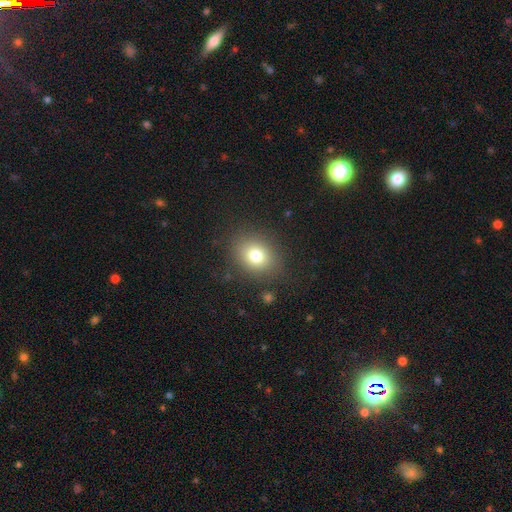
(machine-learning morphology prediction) A smooth galaxy with no disk features (77%) that is round (54%).

Vote fractions:
- Smooth or featured? smooth: 77% / star or artifact: 13% / featured or disk: 10%
- How rounded? round: 54% / in between: 46% / cigar-shaped: 1%
- Merging? none: 85% / minor disturbance: 10% / major disturbance: 4% / merger: 2%